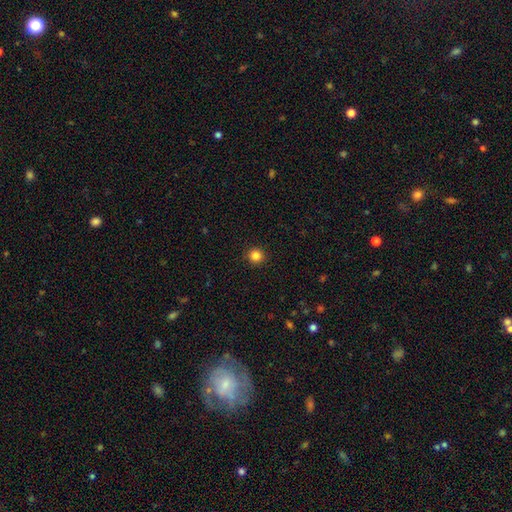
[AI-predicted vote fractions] Smooth or featured? smooth (85%)
How rounded? round (95%)
Merging? none (92%)